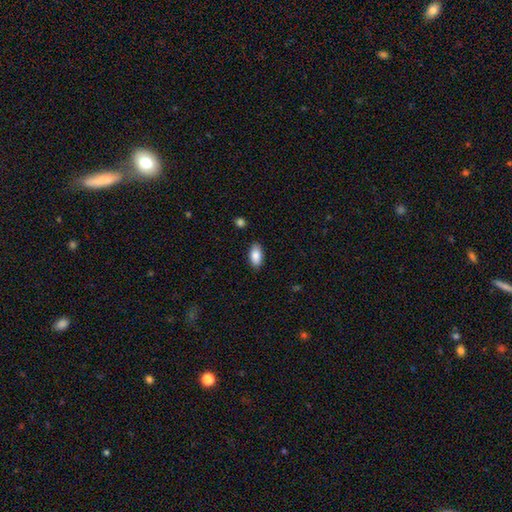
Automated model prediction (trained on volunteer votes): smooth-or-featured: smooth: 86% | featured or disk: 7% | star or artifact: 7%
  how-rounded: in between: 93% | cigar-shaped: 4% | round: 4%
  merging: none: 87% | minor disturbance: 9% | major disturbance: 2% | merger: 1%